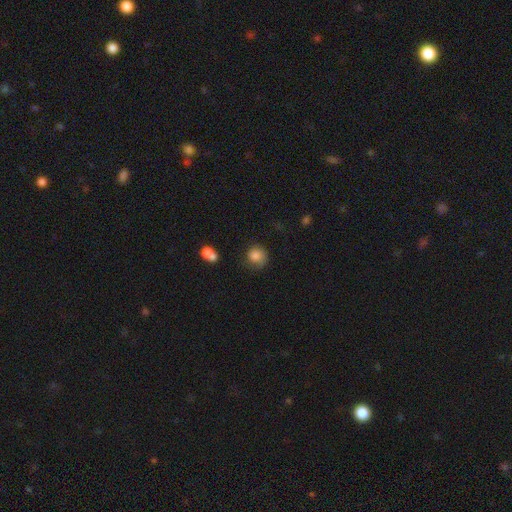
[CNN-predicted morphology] smooth-or-featured: smooth: 80% | featured or disk: 10% | star or artifact: 10%
  how-rounded: round: 84% | in between: 15% | cigar-shaped: 1%
  merging: none: 61% | minor disturbance: 24% | major disturbance: 9% | merger: 5%